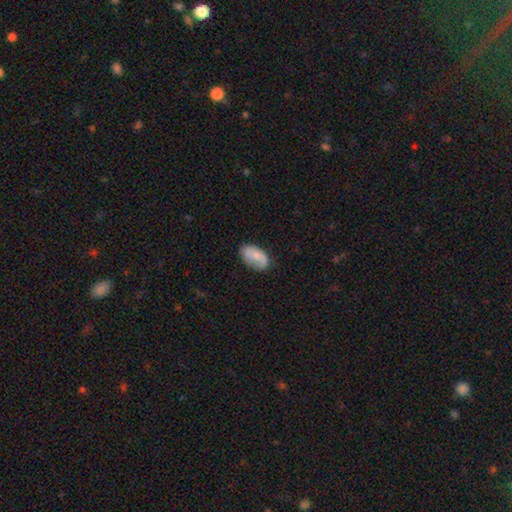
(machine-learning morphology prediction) This is likely a smooth galaxy (68%). How rounded: clearly in between (93%). Merging: likely none (67%).